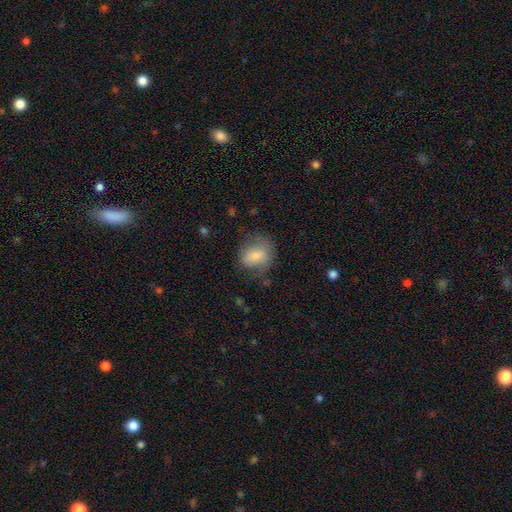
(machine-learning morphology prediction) smooth 73%, featured or disk 19%, star or artifact 8%. Down the decision tree: how rounded — round (52%); merging — none (56%).